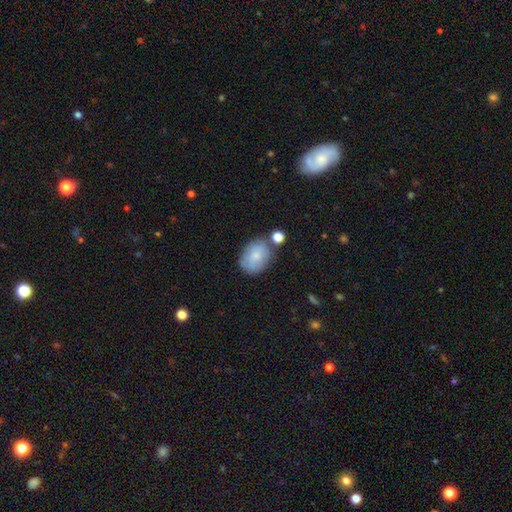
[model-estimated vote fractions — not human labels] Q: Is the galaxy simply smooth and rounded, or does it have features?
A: smooth — 73%.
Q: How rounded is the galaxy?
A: in between — 72%.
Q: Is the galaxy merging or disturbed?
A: none — 60%.